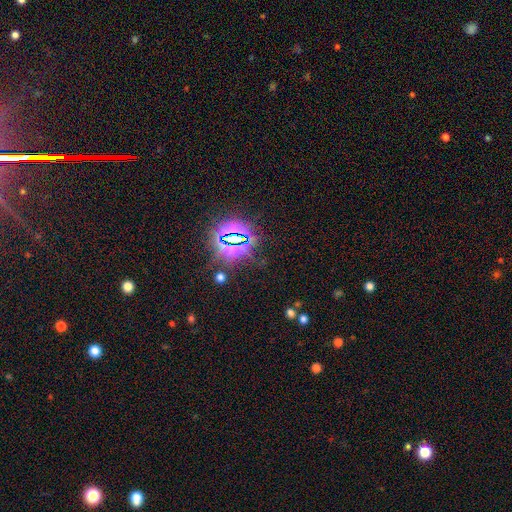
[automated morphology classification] Overall: star or artifact (82%).